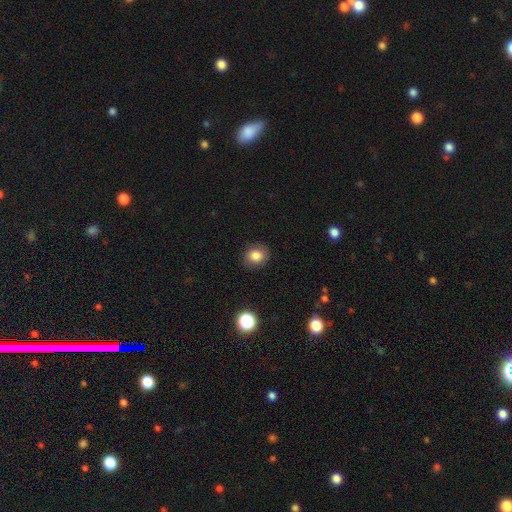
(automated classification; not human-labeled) A smooth galaxy with no disk features (83%) that is round (68%).

Vote fractions:
- Smooth or featured? smooth: 83% / star or artifact: 11% / featured or disk: 6%
- How rounded? round: 68% / in between: 32% / cigar-shaped: 1%
- Merging? none: 85% / minor disturbance: 11% / major disturbance: 3% / merger: 1%